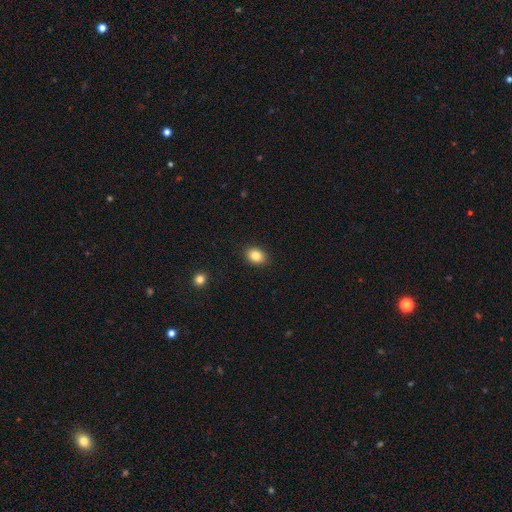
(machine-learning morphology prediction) smooth 84%, star or artifact 9%, featured or disk 7%. Down the decision tree: how rounded — in between (62%); merging — none (90%).